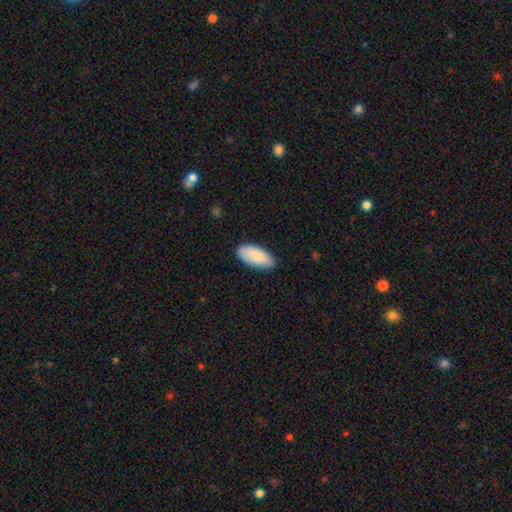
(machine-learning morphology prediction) Smooth or featured? Predicted: smooth (p=0.86). How rounded? Predicted: in between (p=0.91). Merging? Predicted: none (p=0.84).